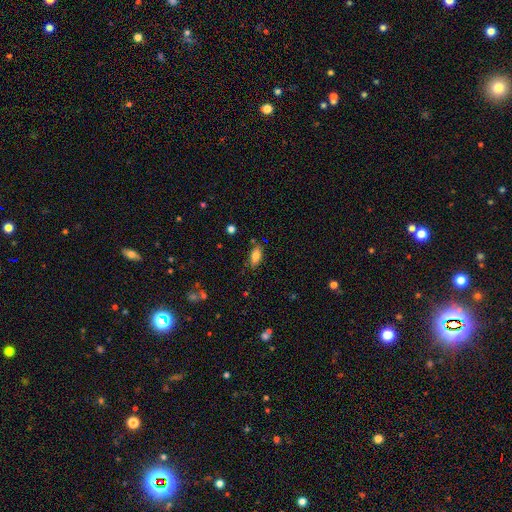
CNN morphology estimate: Smooth or featured: smooth — 81% (featured or disk — 11%)
How rounded: in between — 88% (cigar-shaped — 8%)
Merging: none — 80% (minor disturbance — 14%)